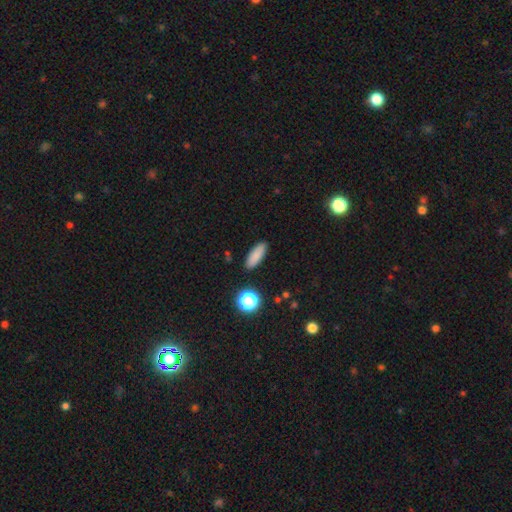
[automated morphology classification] A smooth galaxy with no disk features (85%) that is in between round and cigar-shaped (59%).

Vote fractions:
- Smooth or featured? smooth: 85% / star or artifact: 10% / featured or disk: 5%
- How rounded? in between: 59% / cigar-shaped: 37% / round: 4%
- Merging? none: 89% / minor disturbance: 7% / major disturbance: 2% / merger: 2%